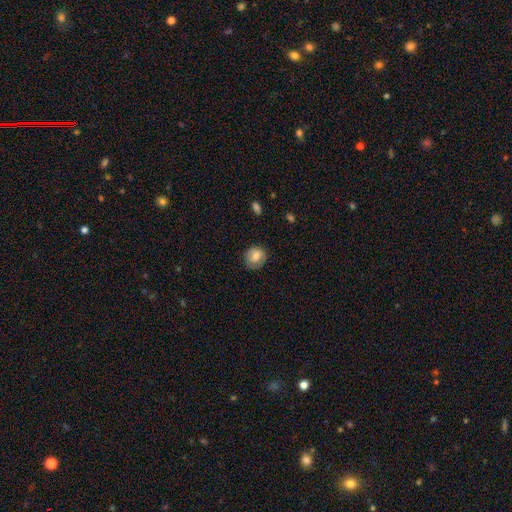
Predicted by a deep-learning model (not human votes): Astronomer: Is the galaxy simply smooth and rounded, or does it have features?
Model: smooth — 69%.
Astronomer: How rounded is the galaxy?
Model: round — 77%.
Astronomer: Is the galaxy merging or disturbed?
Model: none — 75%.